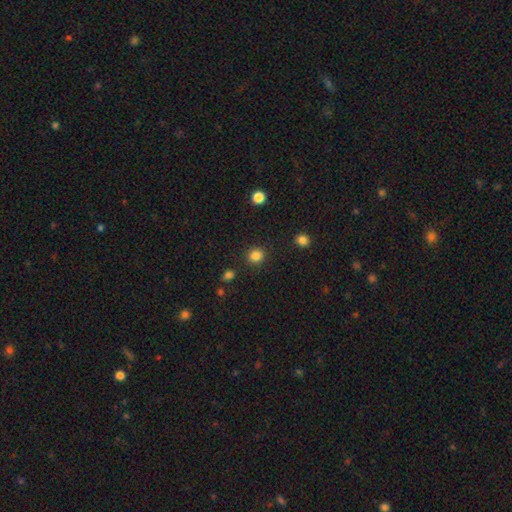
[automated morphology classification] Smooth or featured?
  - smooth: 85% *
  - star or artifact: 12%
  - featured or disk: 4%
How rounded?
  - round: 87% *
  - in between: 12%
  - cigar-shaped: 1%
Merging?
  - none: 89% *
  - minor disturbance: 7%
  - major disturbance: 3%
  - merger: 2%